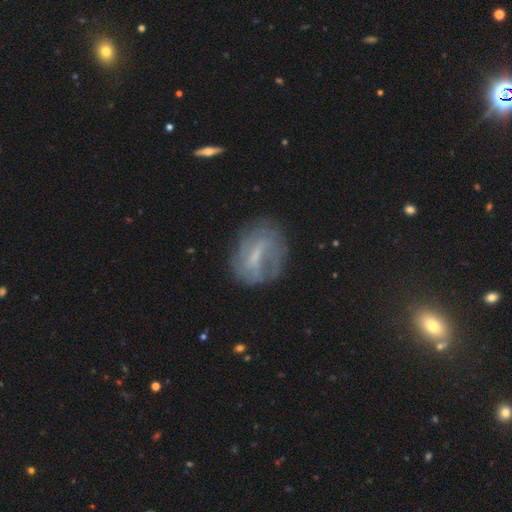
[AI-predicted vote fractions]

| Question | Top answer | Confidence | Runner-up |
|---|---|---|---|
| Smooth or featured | featured or disk | 63% | smooth (27%) |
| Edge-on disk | no | 95% | yes (5%) |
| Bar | weak | 51% | strong (30%) |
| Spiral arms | yes | 66% | no (34%) |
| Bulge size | small | 46% | none (28%) |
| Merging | none | 65% | minor disturbance (21%) |